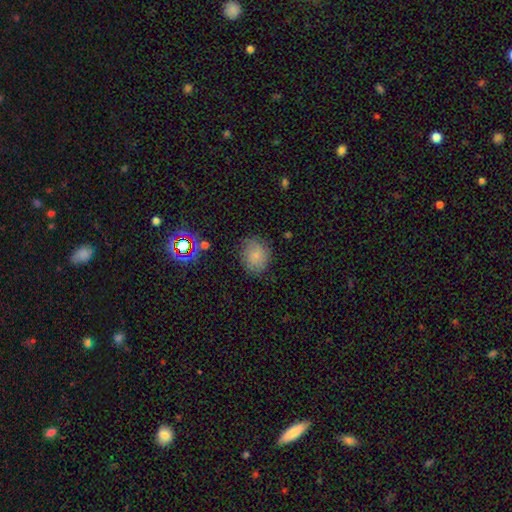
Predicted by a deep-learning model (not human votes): smooth-or-featured: smooth: 75% | star or artifact: 14% | featured or disk: 11%
  how-rounded: round: 63% | in between: 36% | cigar-shaped: 1%
  merging: none: 76% | minor disturbance: 16% | major disturbance: 5% | merger: 2%